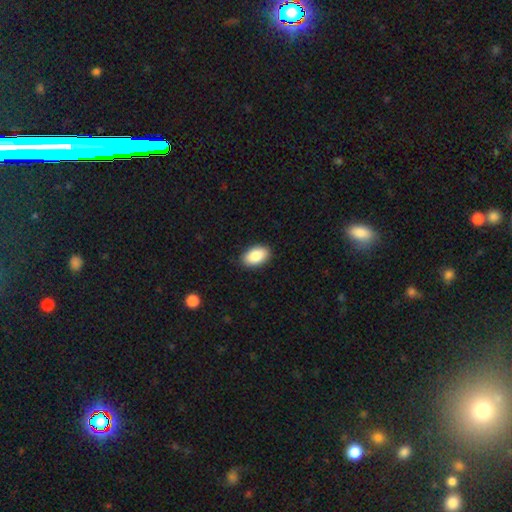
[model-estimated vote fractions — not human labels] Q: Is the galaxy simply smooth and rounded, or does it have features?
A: smooth — 87%.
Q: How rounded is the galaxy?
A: in between — 93%.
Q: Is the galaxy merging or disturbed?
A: none — 90%.